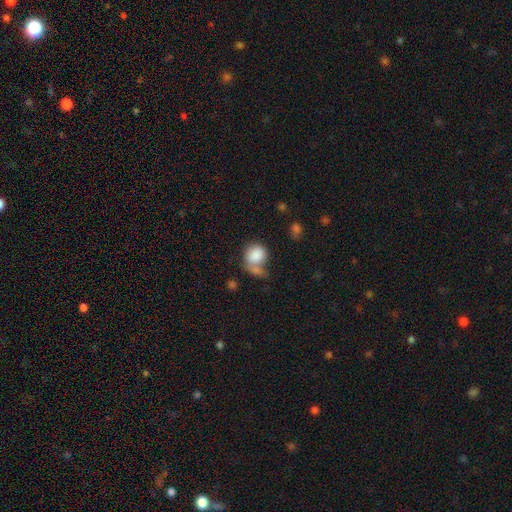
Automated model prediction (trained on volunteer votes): Morphology: type=smooth (84%); roundness=round (70%); merging=none (34%).